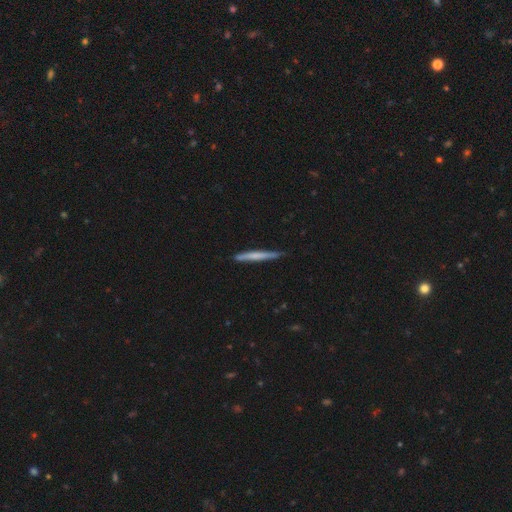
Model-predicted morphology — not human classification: Smooth or featured: smooth — 55% (featured or disk — 40%)
How rounded: cigar-shaped — 96% (in between — 2%)
Merging: none — 87% (minor disturbance — 10%)